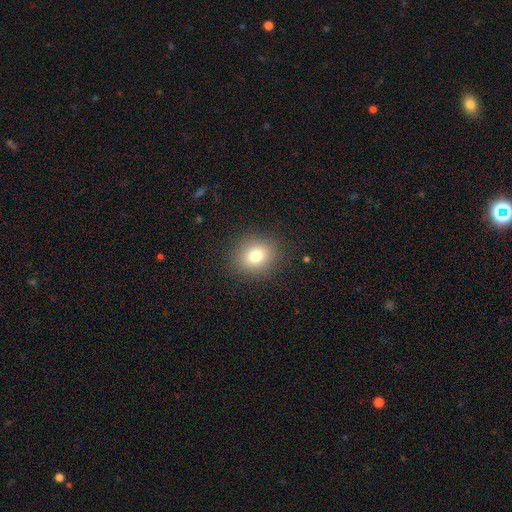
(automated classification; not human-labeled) smooth_or_featured: smooth (p=0.78) [alt: star or artifact p=0.13]
how_rounded: round (p=0.72) [alt: in between p=0.27]
merging: none (p=0.88) [alt: minor disturbance p=0.08]